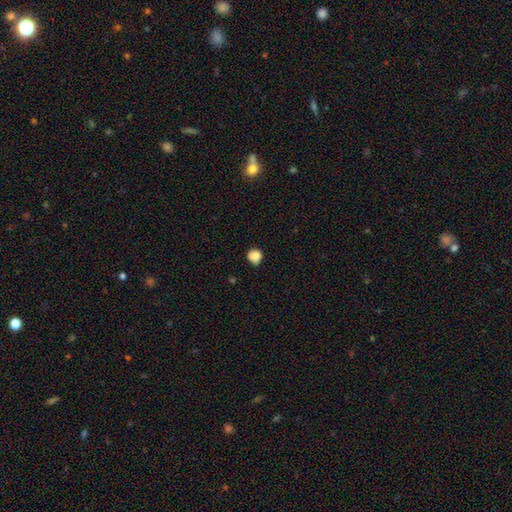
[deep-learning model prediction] A smooth galaxy with no disk features (84%) that is round (83%). Merging: none (65%).